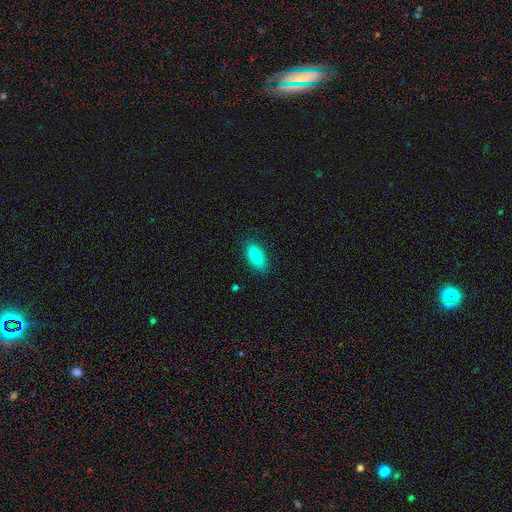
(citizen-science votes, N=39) A smooth galaxy with no disk features (82%) that is in between round and cigar-shaped (100%). Merging: none (84%).